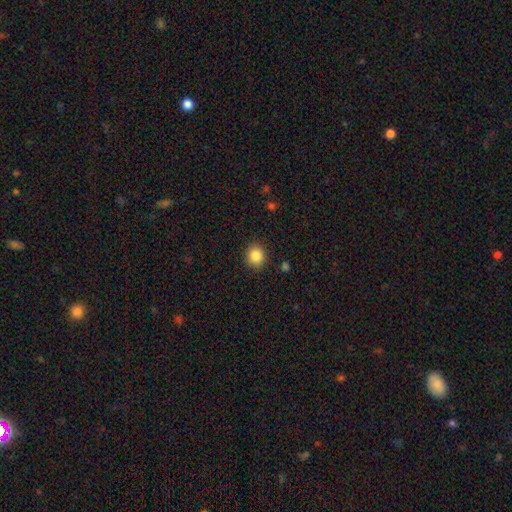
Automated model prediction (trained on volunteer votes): smooth 86%, star or artifact 10%, featured or disk 5%. Down the decision tree: how rounded — round (79%); merging — none (89%).